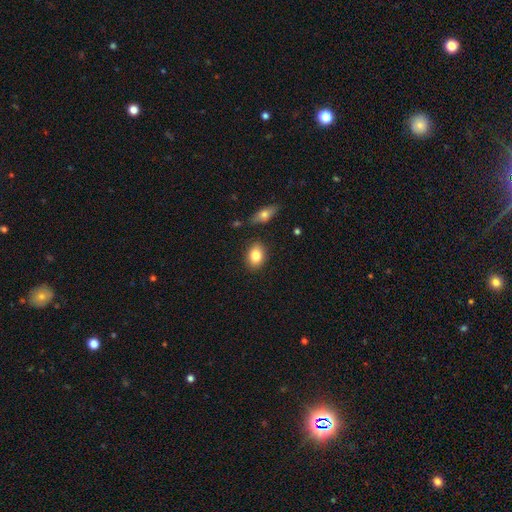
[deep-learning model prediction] Smooth or featured? Predicted: smooth (p=0.83). How rounded? Predicted: in between (p=0.76). Merging? Predicted: none (p=0.83).